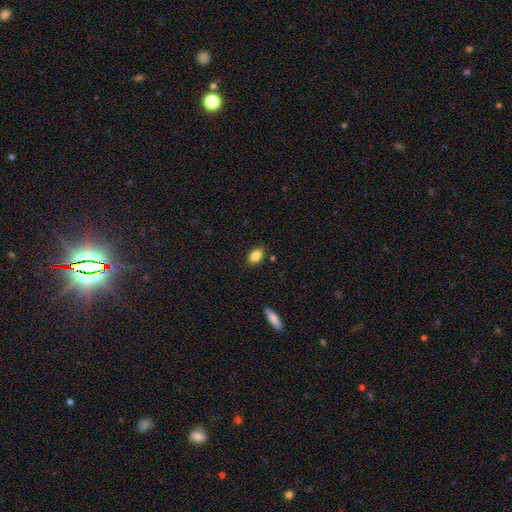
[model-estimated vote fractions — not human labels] smooth_or_featured: smooth (p=0.85) [alt: star or artifact p=0.08]
how_rounded: in between (p=0.88) [alt: round p=0.10]
merging: none (p=0.86) [alt: minor disturbance p=0.10]